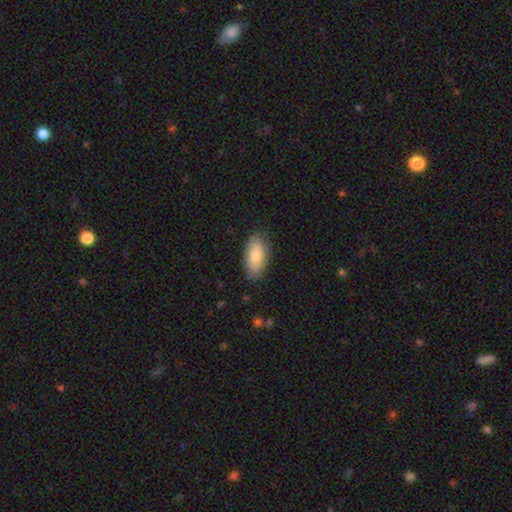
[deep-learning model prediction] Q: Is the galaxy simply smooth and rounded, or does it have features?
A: smooth — 78%.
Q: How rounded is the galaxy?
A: in between — 89%.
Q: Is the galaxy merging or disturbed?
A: none — 82%.